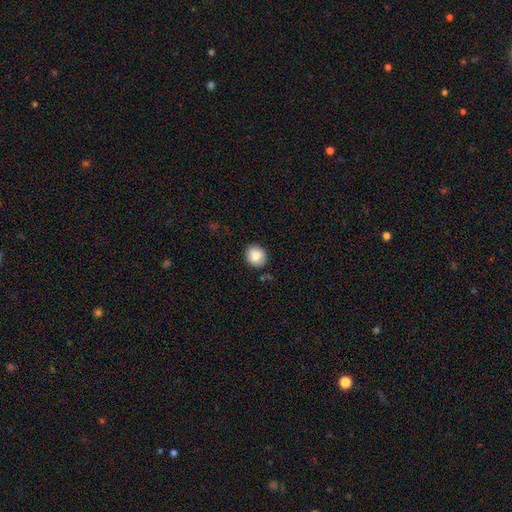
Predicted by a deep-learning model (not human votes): smooth 87%, star or artifact 8%, featured or disk 5%. Down the decision tree: how rounded — round (68%); merging — none (85%).